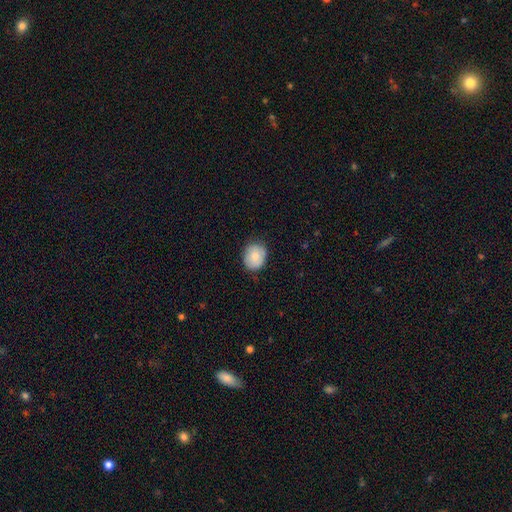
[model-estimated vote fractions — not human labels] Smooth or featured? Predicted: smooth (p=0.82). How rounded? Predicted: round (p=0.65). Merging? Predicted: none (p=0.79).